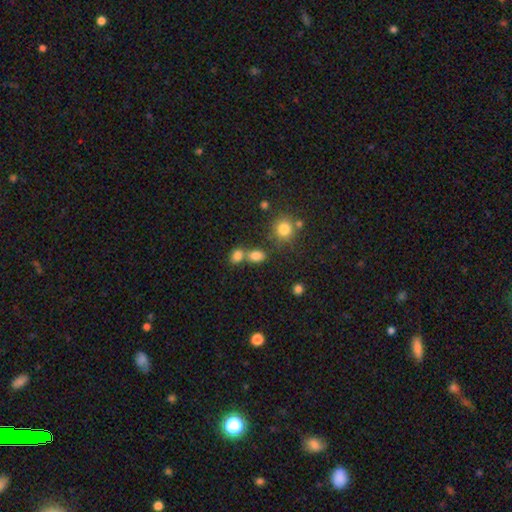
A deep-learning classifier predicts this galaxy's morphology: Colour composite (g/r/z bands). It shows a smooth galaxy with no disk features (79%) that is in between round and cigar-shaped (72%). Merging: none (47%).